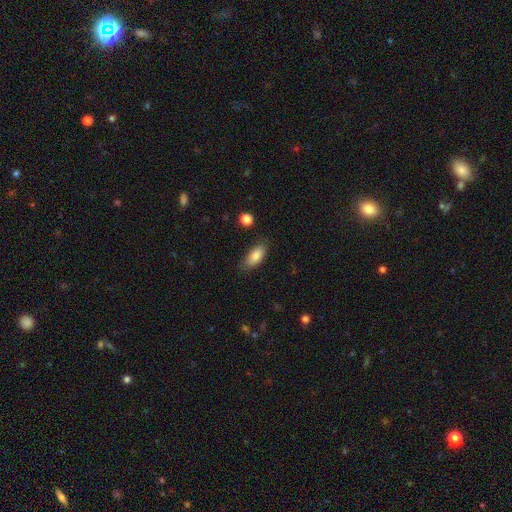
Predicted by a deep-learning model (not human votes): Overall: smooth (83%). How rounded: in between (84%). Merging: none (77%).